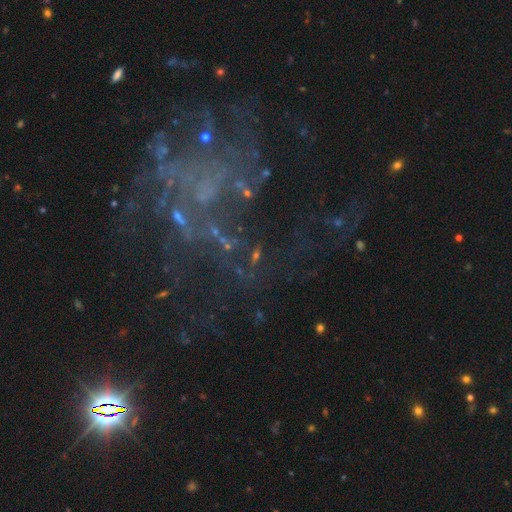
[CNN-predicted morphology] A featured or disk galaxy (42%). Merging: none (61%).